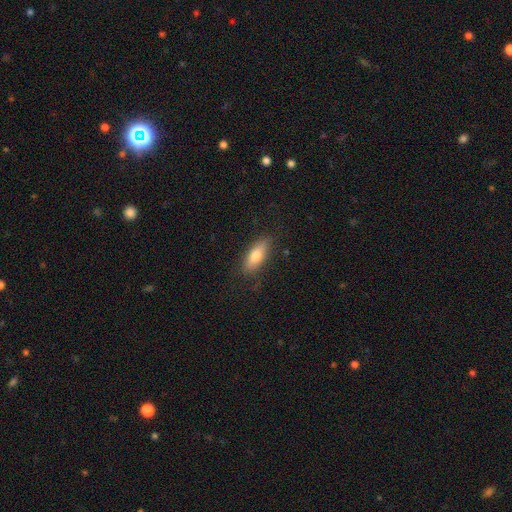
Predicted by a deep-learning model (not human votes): This is likely a smooth galaxy (73%). How rounded: likely in between (67%). Merging: clearly none (81%).